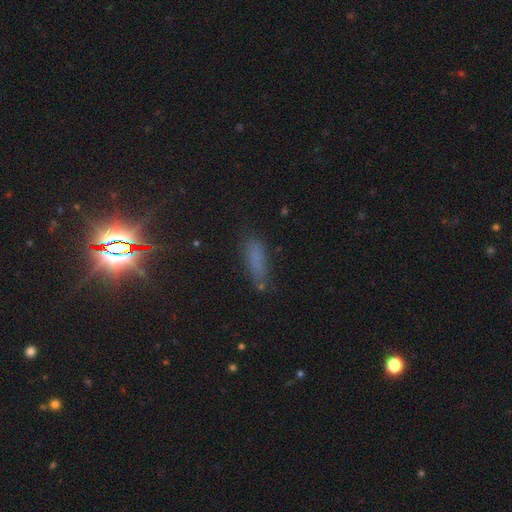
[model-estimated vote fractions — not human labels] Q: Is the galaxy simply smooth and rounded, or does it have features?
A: smooth — 71%.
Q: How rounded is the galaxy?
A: in between — 51%.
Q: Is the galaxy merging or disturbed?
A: none — 67%.